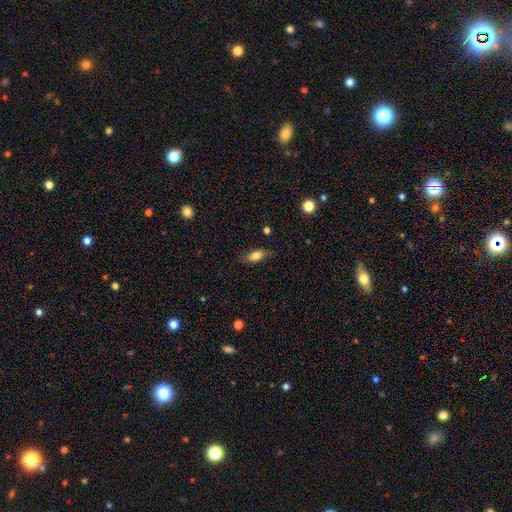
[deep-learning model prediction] The model was most divided on "how rounded": in between: 75%, cigar-shaped: 21%, round: 4%. More confident: merging — none (77%); smooth or featured — smooth (74%).